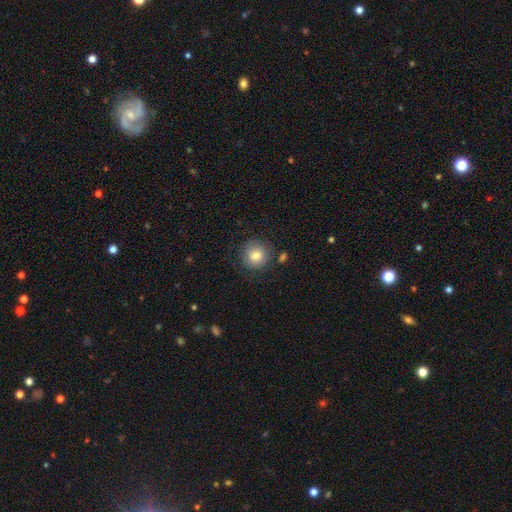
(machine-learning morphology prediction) The model was most divided on "merging": none: 80%, minor disturbance: 12%, major disturbance: 4%, merger: 4%. More confident: how rounded — round (92%); smooth or featured — smooth (81%).